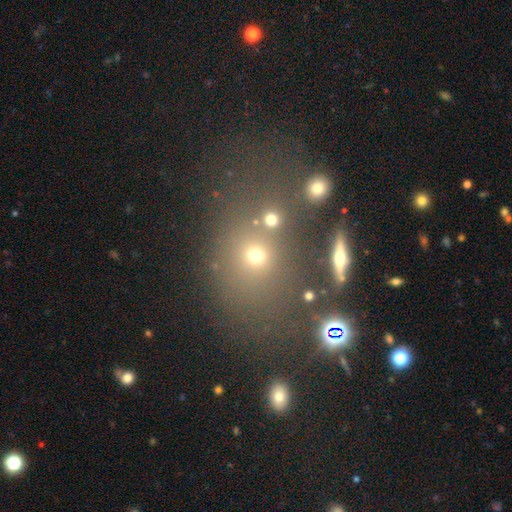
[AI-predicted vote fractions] Morphology: type=smooth (62%); roundness=round (66%); merging=none (67%).